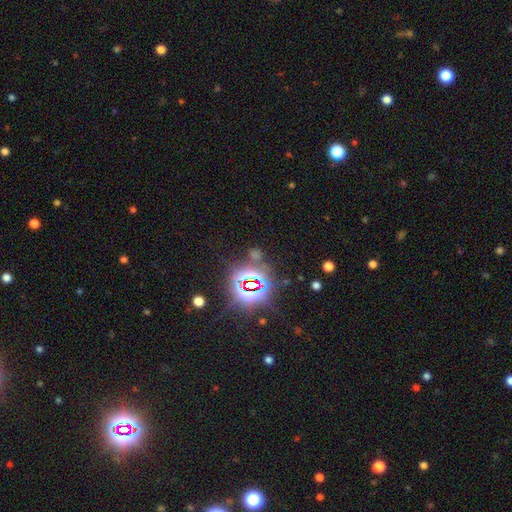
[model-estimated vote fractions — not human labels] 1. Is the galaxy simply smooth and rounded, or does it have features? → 77% star or artifact, 15% smooth, 7% featured or disk.